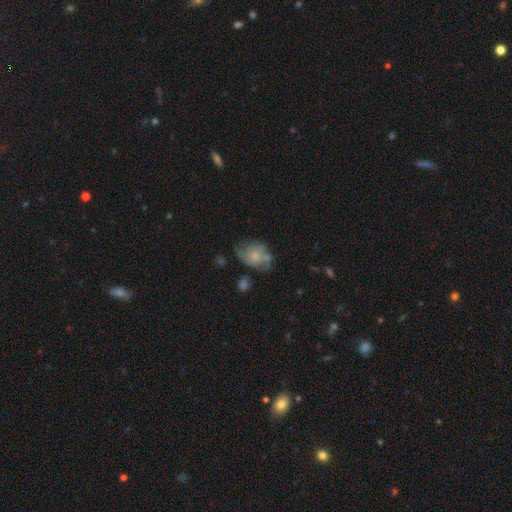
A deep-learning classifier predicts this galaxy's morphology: Smooth or featured: smooth — 52% (featured or disk — 39%)
How rounded: in between — 65% (round — 33%)
Merging: none — 41% (minor disturbance — 32%)